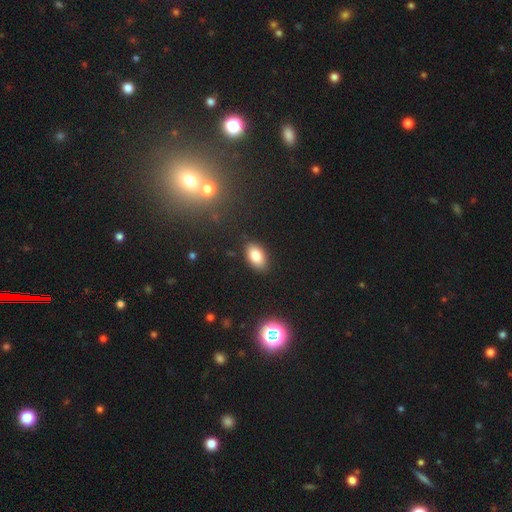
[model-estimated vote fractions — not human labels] A smooth galaxy with no disk features (83%) that is in between round and cigar-shaped (92%). Merging: none (86%).